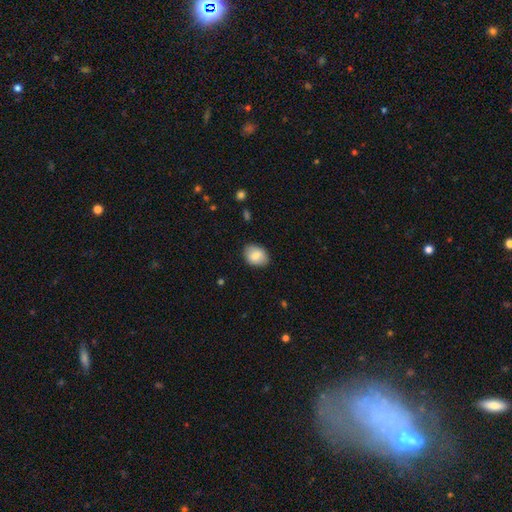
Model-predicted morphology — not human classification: smooth-or-featured: smooth: 79% | featured or disk: 13% | star or artifact: 7%
  how-rounded: in between: 67% | round: 32% | cigar-shaped: 1%
  merging: none: 85% | minor disturbance: 12% | major disturbance: 2% | merger: 1%